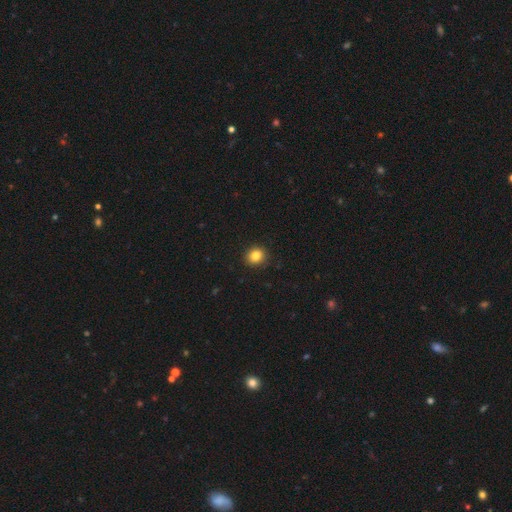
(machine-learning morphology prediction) Smooth or featured?
  - smooth: 83% *
  - star or artifact: 11%
  - featured or disk: 6%
How rounded?
  - round: 81% *
  - in between: 19%
  - cigar-shaped: 1%
Merging?
  - none: 91% *
  - minor disturbance: 6%
  - major disturbance: 2%
  - merger: 1%